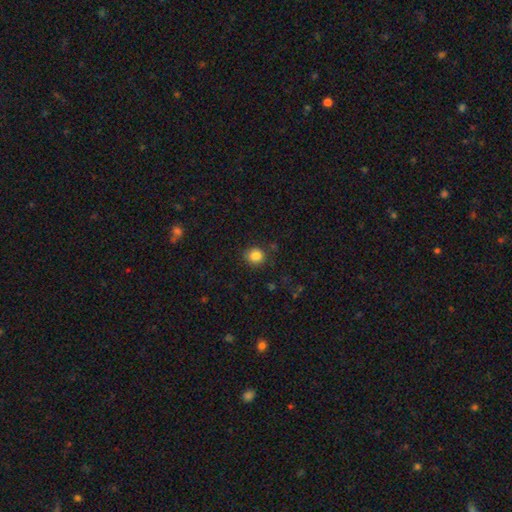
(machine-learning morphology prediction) A smooth galaxy with no disk features (85%) that is round (84%).

Vote fractions:
- Smooth or featured? smooth: 85% / star or artifact: 11% / featured or disk: 4%
- How rounded? round: 84% / in between: 15% / cigar-shaped: 1%
- Merging? none: 84% / minor disturbance: 11% / major disturbance: 3% / merger: 2%